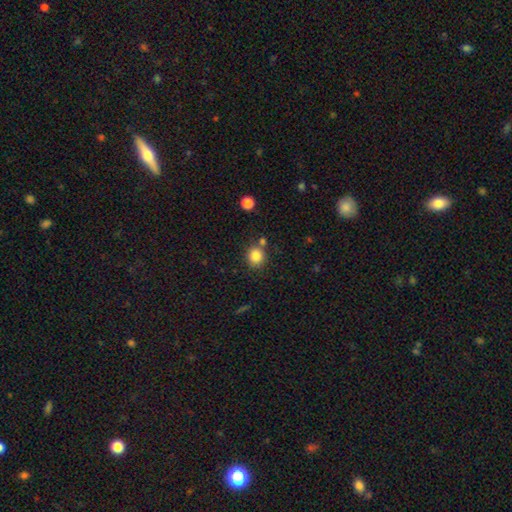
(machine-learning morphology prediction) This appears to be a smooth galaxy with no disk features (84%) that is round (84%). Merging: none (74%).